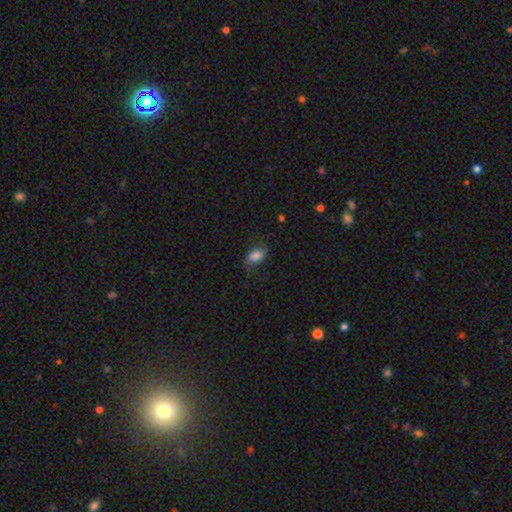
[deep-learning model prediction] Smooth or featured? Predicted: smooth (p=0.72). How rounded? Predicted: in between (p=0.88). Merging? Predicted: none (p=0.66).